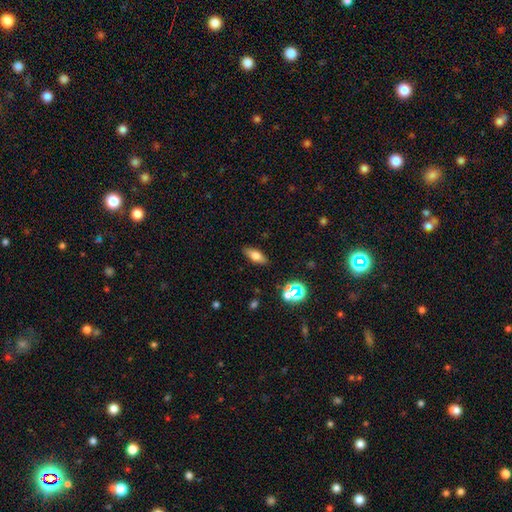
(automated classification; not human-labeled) Smooth or featured? Predicted: smooth (p=0.64). How rounded? Predicted: in between (p=0.69). Merging? Predicted: none (p=0.87).